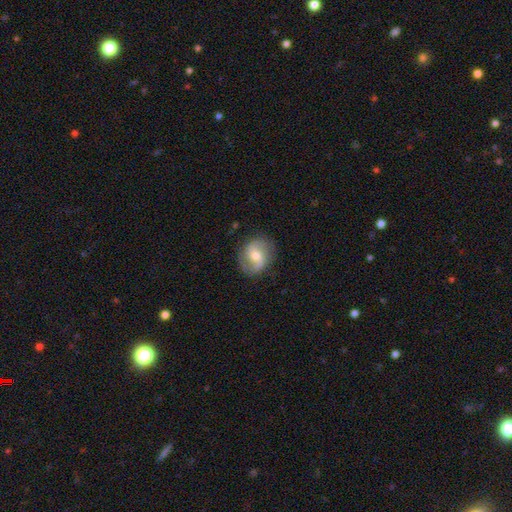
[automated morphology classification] Smooth or featured?
  - featured or disk: 66% *
  - smooth: 27%
  - star or artifact: 7%
Edge-on disk?
  - no: 97% *
  - yes: 3%
Bar?
  - weak: 44% *
  - no: 41%
  - strong: 15%
Spiral arms?
  - yes: 88% *
  - no: 12%
Spiral winding?
  - loose: 43% *
  - medium: 41%
  - tight: 16%
Spiral arm count?
  - 2: 87% *
  - can't tell: 6%
  - 1: 4%
  - 3: 1%
  - 4: 1%
  - more than 4: 1%
Bulge size?
  - moderate: 59% *
  - small: 36%
  - large: 3%
  - none: 1%
  - dominant: 1%
Merging?
  - none: 82% *
  - minor disturbance: 12%
  - major disturbance: 4%
  - merger: 1%